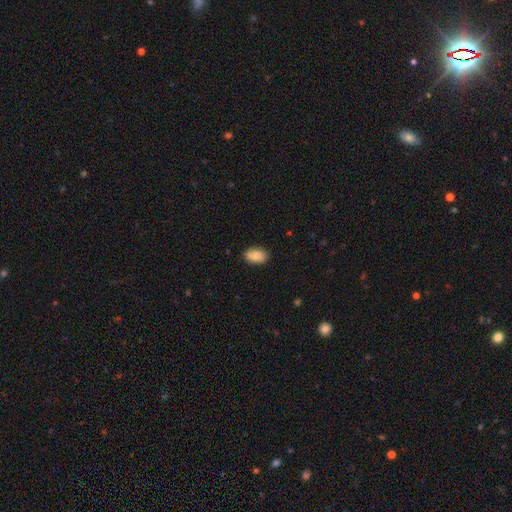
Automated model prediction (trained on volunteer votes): Smooth or featured? smooth (81%)
How rounded? in between (91%)
Merging? none (83%)